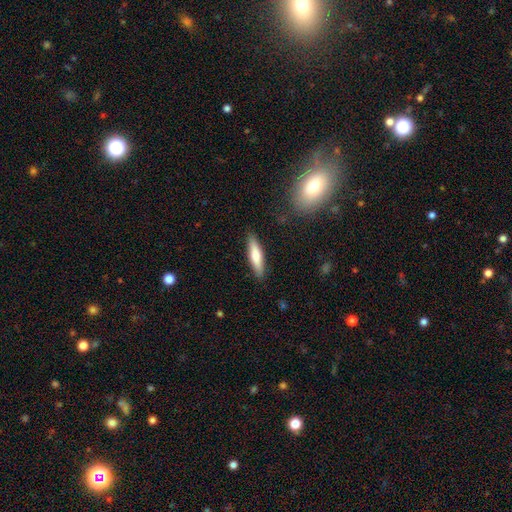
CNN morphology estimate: smooth-or-featured: smooth: 69% | featured or disk: 25% | star or artifact: 6%
  how-rounded: cigar-shaped: 74% | in between: 24% | round: 2%
  merging: none: 88% | minor disturbance: 9% | major disturbance: 2% | merger: 1%